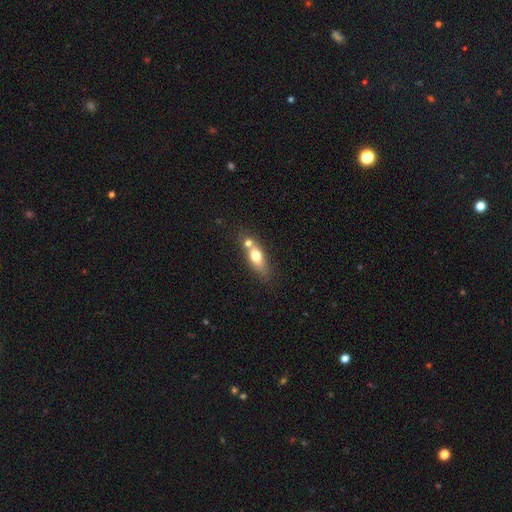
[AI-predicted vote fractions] Smooth or featured? Predicted: smooth (p=0.64). How rounded? Predicted: in between (p=0.64). Merging? Predicted: none (p=0.46).